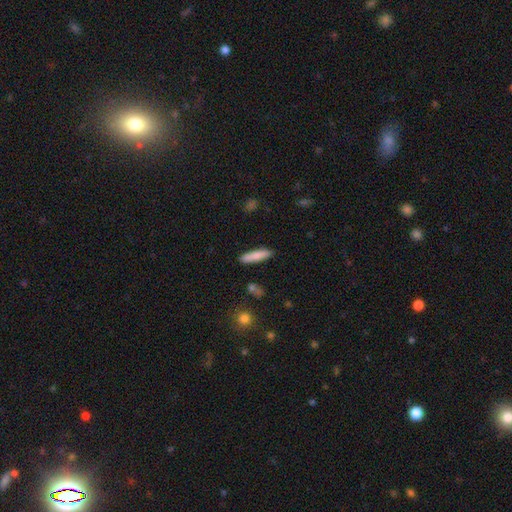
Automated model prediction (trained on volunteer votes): Overall: smooth (81%). How rounded: cigar-shaped (80%). Merging: none (88%).